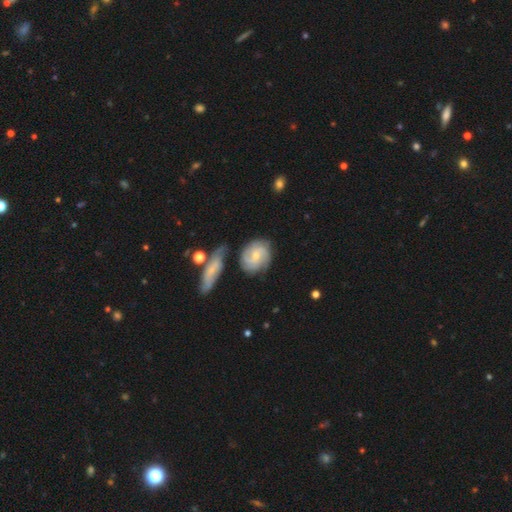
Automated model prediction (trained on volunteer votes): A featured or disk galaxy (76%) with no bar (61%), 3 (34%) tight (50%) spiral arms (94%) and a small central bulge (68%).

Vote fractions:
- Smooth or featured? featured or disk: 76% / smooth: 18% / star or artifact: 6%
- Edge-on disk? no: 97% / yes: 3%
- Bar? no: 61% / weak: 33% / strong: 5%
- Spiral arms? yes: 94% / no: 6%
- Spiral winding? tight: 50% / medium: 38% / loose: 12%
- Spiral arm count? 3: 34% / can't tell: 25% / 2: 21% / 4: 11% / 1: 5% / more than 4: 5%
- Bulge size? small: 68% / moderate: 27% / none: 3% / large: 1% / dominant: 1%
- Merging? none: 68% / minor disturbance: 18% / merger: 7% / major disturbance: 7%